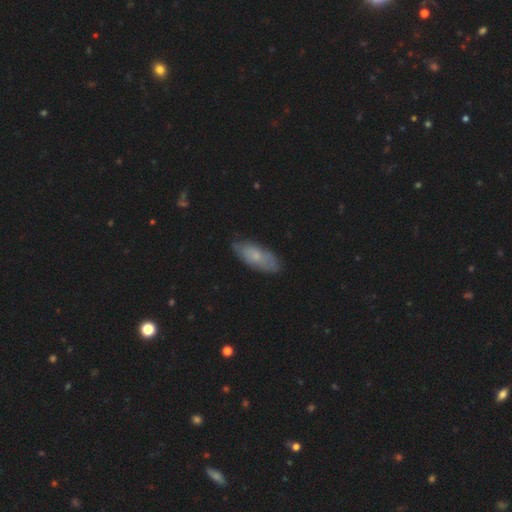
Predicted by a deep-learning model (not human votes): Morphology: type=smooth (62%); roundness=in between (77%); merging=none (76%).